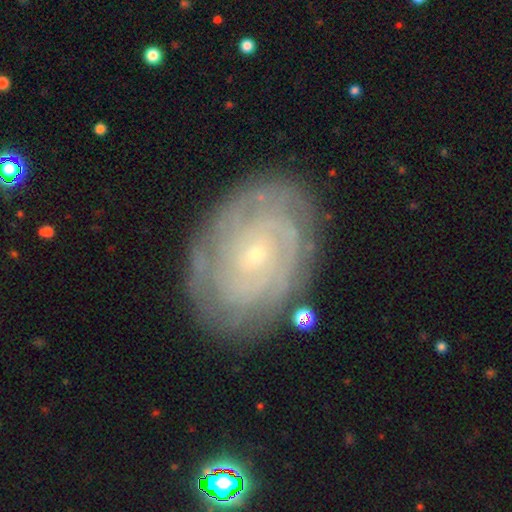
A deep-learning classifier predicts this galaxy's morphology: The model was most divided on "spiral arm count": can't tell: 34%, 4: 18%, 2: 17%, 3: 15%, more than 4: 11%, 1: 7%. More confident: edge-on disk — no (97%); spiral arms — yes (96%); bulge size — small (87%); smooth or featured — featured or disk (85%); spiral winding — tight (84%); merging — none (82%); bar — no (72%).